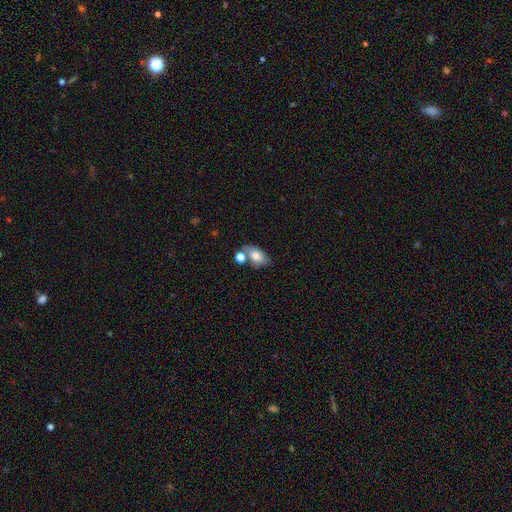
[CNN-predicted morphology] Smooth or featured: smooth — 75% (featured or disk — 16%)
How rounded: in between — 88% (round — 10%)
Merging: none — 53% (merger — 25%)